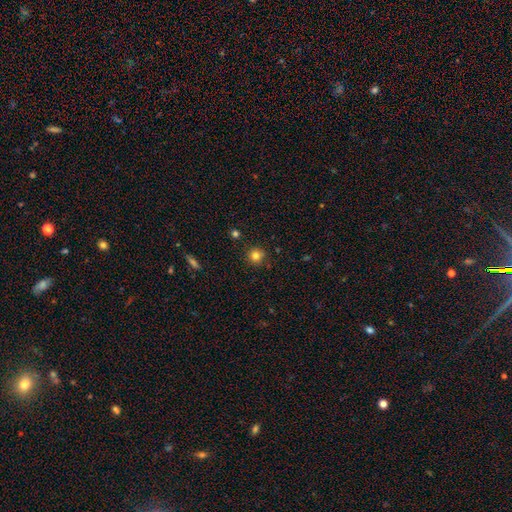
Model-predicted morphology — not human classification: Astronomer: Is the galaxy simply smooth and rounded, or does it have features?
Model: smooth — 81%.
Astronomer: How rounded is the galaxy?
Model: round — 94%.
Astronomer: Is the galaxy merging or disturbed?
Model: none — 89%.